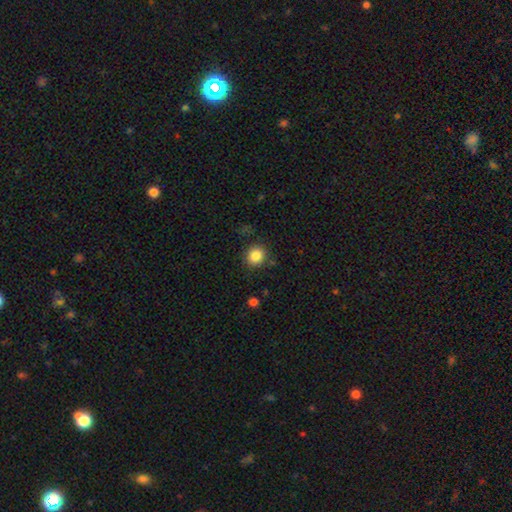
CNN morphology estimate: smooth 85%, star or artifact 10%, featured or disk 5%. Down the decision tree: how rounded — round (85%); merging — none (85%).